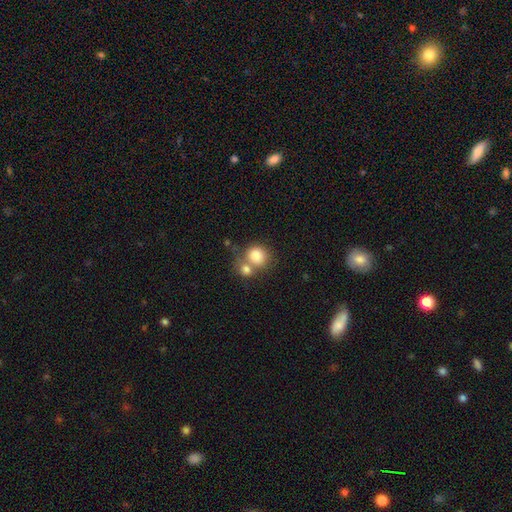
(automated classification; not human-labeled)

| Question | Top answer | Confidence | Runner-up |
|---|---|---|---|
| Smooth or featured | smooth | 82% | featured or disk (9%) |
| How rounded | round | 78% | in between (21%) |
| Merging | merger | 49% | none (38%) |